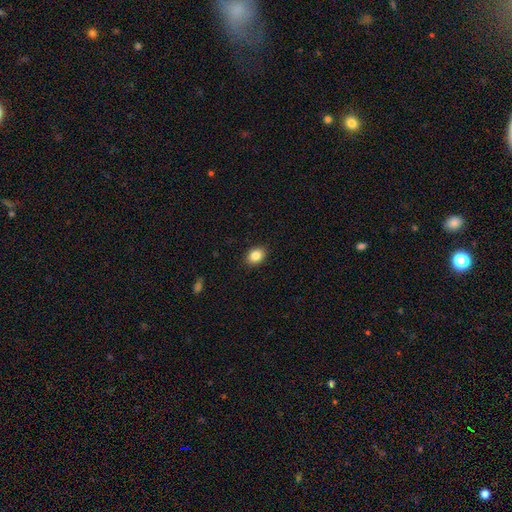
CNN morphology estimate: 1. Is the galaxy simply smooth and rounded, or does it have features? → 86% smooth, 9% star or artifact, 5% featured or disk.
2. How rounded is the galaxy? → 57% in between, 42% round, 1% cigar-shaped.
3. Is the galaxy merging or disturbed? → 89% none, 8% minor disturbance, 2% major disturbance, 1% merger.